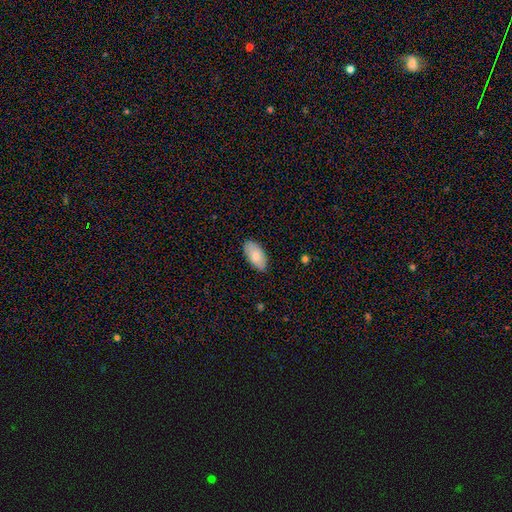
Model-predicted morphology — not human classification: Q: Smooth or featured?
A: smooth (80%); runner-up: featured or disk (14%)
Q: How rounded?
A: in between (95%); runner-up: cigar-shaped (3%)
Q: Merging?
A: none (83%); runner-up: minor disturbance (14%)